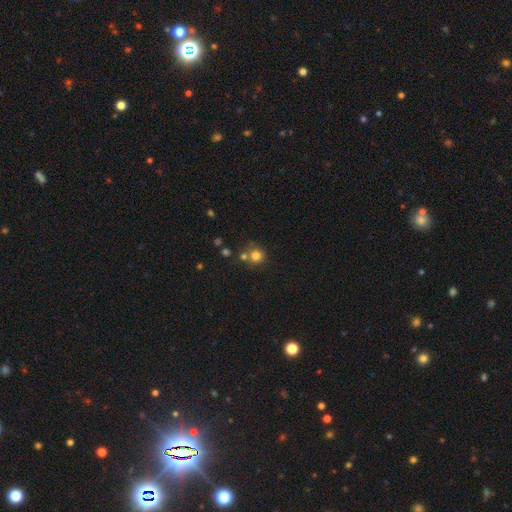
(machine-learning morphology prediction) This appears to be a smooth galaxy with no disk features (78%) that is round (89%). Merging: none (63%).